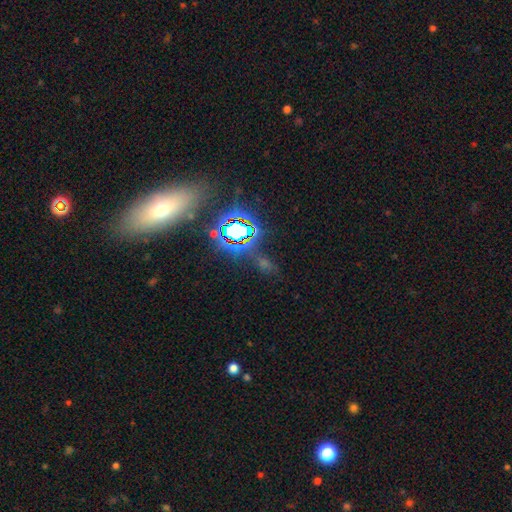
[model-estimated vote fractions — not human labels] Smooth or featured? Predicted: star or artifact (p=0.44).